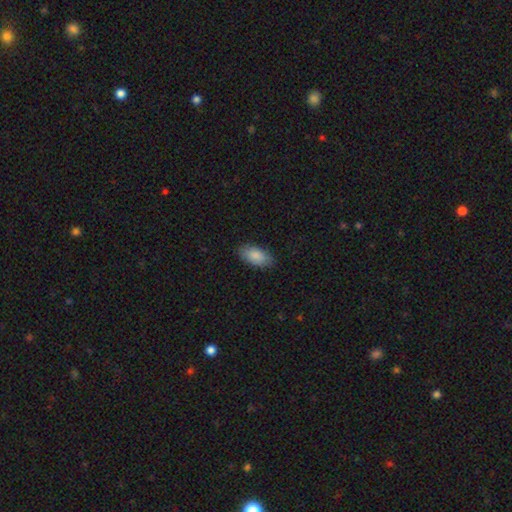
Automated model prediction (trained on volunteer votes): smooth-or-featured: smooth: 87% | featured or disk: 7% | star or artifact: 6%
  how-rounded: in between: 93% | cigar-shaped: 5% | round: 2%
  merging: none: 85% | minor disturbance: 12% | major disturbance: 2% | merger: 1%